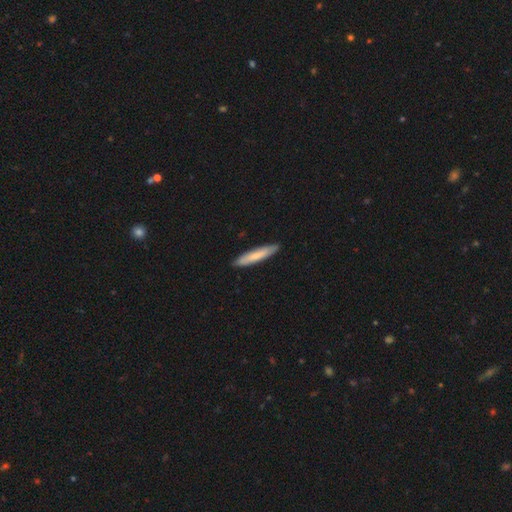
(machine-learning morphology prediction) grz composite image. It shows a smooth galaxy with no disk features (73%) that is cigar-shaped (90%). Merging: none (90%).